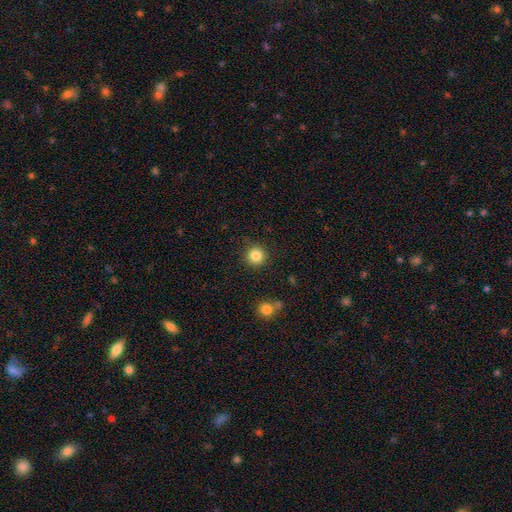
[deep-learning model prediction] Smooth or featured: smooth — 85% (star or artifact — 11%)
How rounded: round — 95% (in between — 4%)
Merging: none — 90% (minor disturbance — 6%)